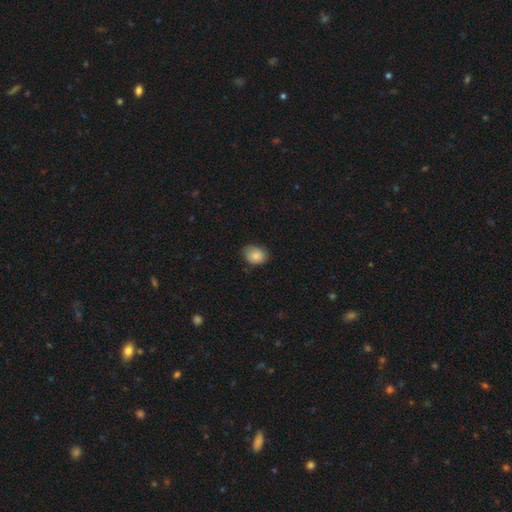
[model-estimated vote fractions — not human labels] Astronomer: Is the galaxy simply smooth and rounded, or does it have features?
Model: smooth — 85%.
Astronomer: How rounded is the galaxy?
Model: in between — 63%.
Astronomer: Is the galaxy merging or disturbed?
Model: none — 67%.